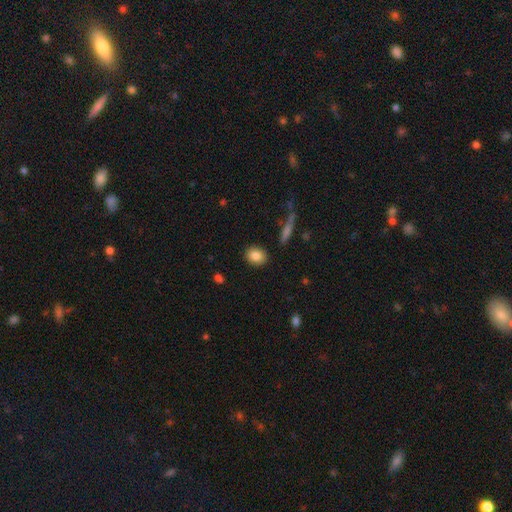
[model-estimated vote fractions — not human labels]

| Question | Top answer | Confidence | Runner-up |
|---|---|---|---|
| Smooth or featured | smooth | 85% | star or artifact (8%) |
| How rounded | round | 56% | in between (42%) |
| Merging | none | 89% | minor disturbance (7%) |